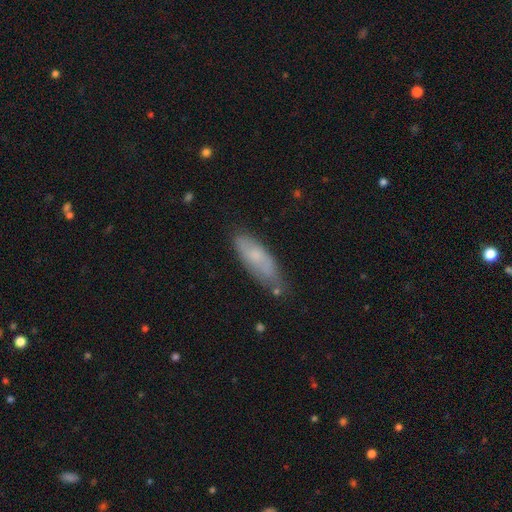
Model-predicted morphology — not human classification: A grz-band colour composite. It shows a smooth galaxy with no disk features (65%) that is in between round and cigar-shaped (55%). Merging: none (66%).